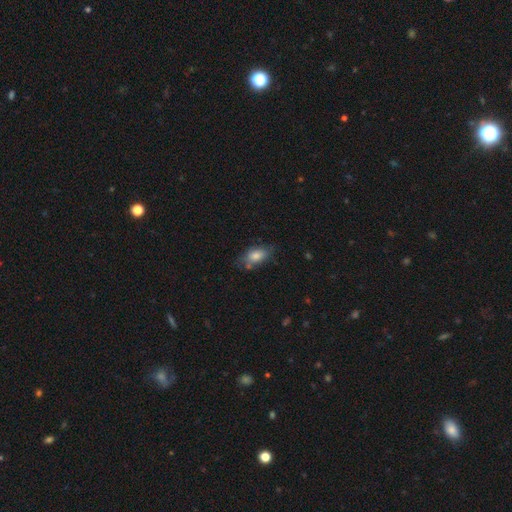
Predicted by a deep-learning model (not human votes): Morphology: type=smooth (77%); roundness=in between (88%); merging=none (61%).